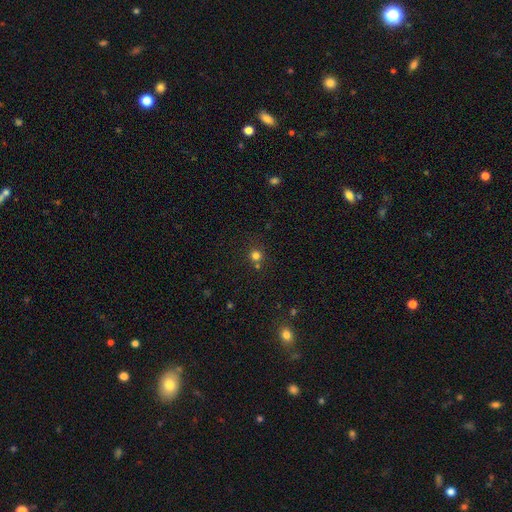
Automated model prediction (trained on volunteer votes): This appears to be a smooth galaxy with no disk features (74%) that is round (92%). Merging: none (71%).